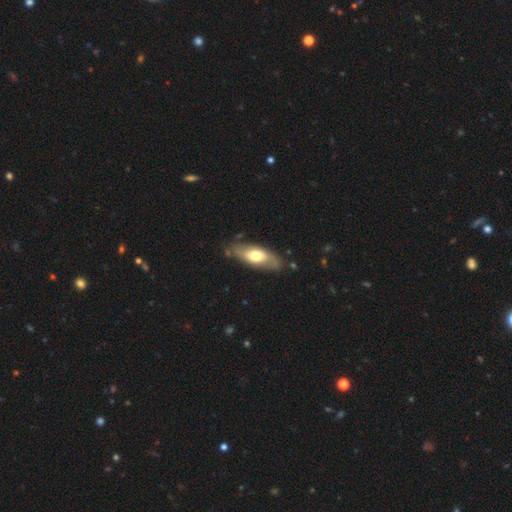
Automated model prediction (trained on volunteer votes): This appears to be a smooth galaxy with no disk features (51%) that is in between round and cigar-shaped (74%). Merging: none (79%).